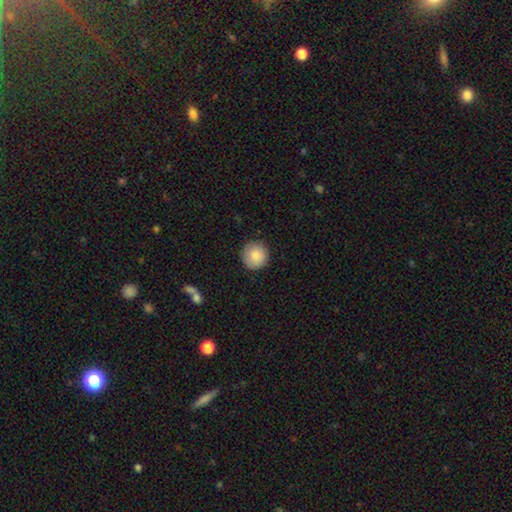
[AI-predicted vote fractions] The model was most divided on "smooth or featured": smooth: 86%, star or artifact: 7%, featured or disk: 6%. More confident: how rounded — round (95%); merging — none (89%).